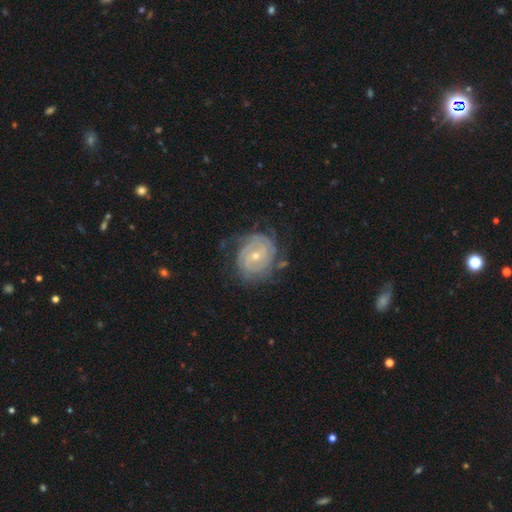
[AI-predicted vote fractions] This is clearly a featured or disk galaxy (87%). It is clearly not viewed edge-on (97%). Bar: possibly no (47%). Spiral arm pattern: clearly yes (96%). Spiral arm count: marginally 2 (31%). Spiral winding: likely tight (78%). Central bulge: likely small (61%). Merging: likely none (70%).